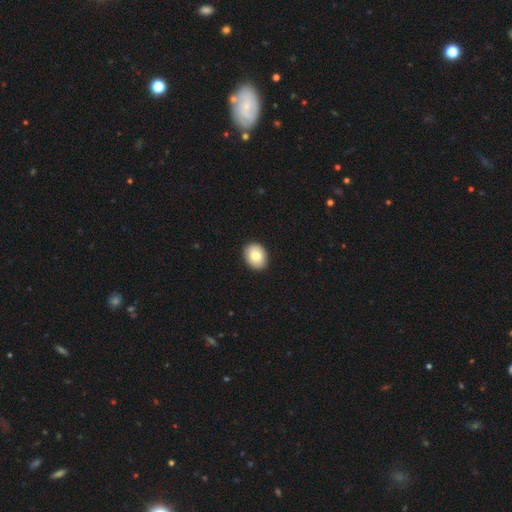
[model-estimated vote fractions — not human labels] Morphology: type=smooth (80%); roundness=in between (57%); merging=none (91%).